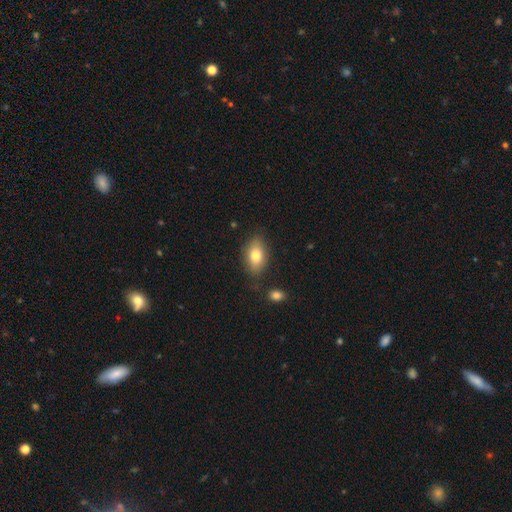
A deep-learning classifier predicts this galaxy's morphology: A smooth galaxy with no disk features (78%) that is in between round and cigar-shaped (89%).

Vote fractions:
- Smooth or featured? smooth: 78% / featured or disk: 14% / star or artifact: 8%
- How rounded? in between: 89% / round: 9% / cigar-shaped: 3%
- Merging? none: 80% / minor disturbance: 14% / major disturbance: 3% / merger: 3%